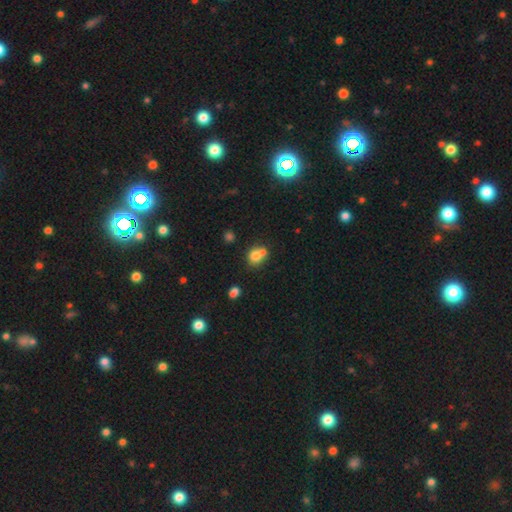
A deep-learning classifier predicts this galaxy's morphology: The model was most divided on "merging": merger: 48%, none: 40%, minor disturbance: 8%, major disturbance: 3%. More confident: how rounded — round (76%); smooth or featured — smooth (75%).